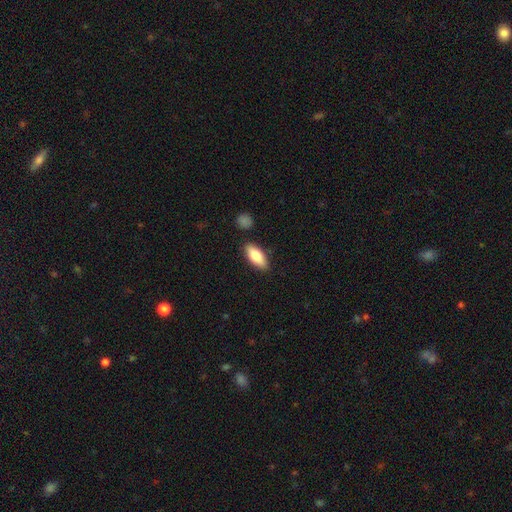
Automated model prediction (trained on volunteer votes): The model was most divided on "smooth or featured": smooth: 79%, featured or disk: 15%, star or artifact: 6%. More confident: merging — none (86%); how rounded — in between (82%).